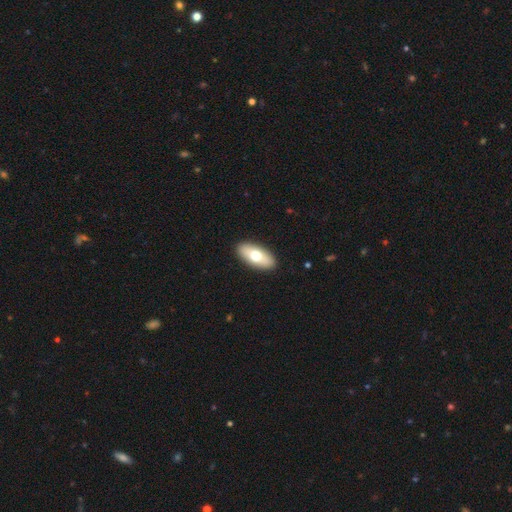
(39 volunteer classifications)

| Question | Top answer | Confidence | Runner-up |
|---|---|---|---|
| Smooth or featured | smooth | 69% | featured or disk (23%) |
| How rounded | in between | 93% | cigar-shaped (7%) |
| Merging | none | 89% | minor disturbance (8%) |